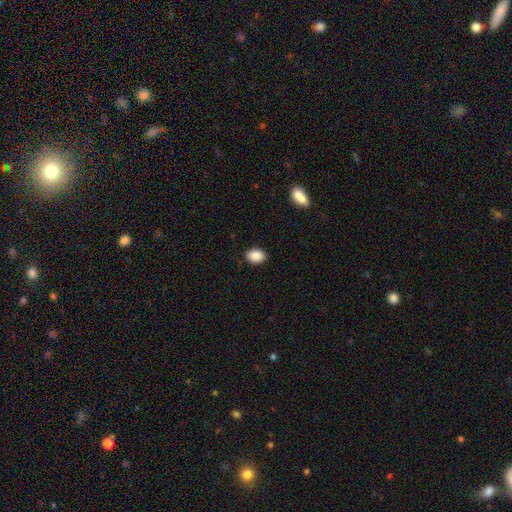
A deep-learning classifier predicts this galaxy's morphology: type=smooth (88%); roundness=in between (77%); merging=none (89%).